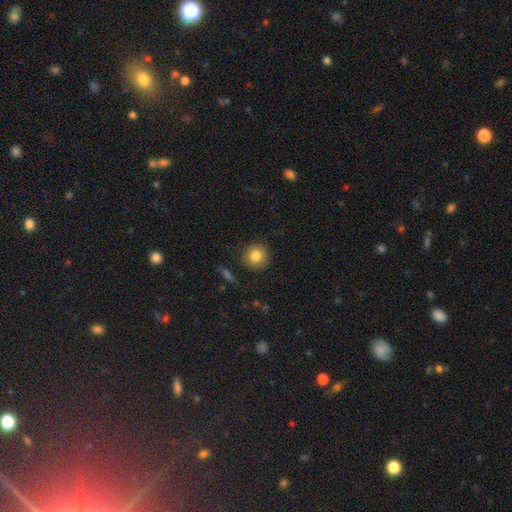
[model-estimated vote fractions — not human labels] Q: Smooth or featured?
A: smooth (83%); runner-up: star or artifact (10%)
Q: How rounded?
A: round (94%); runner-up: in between (5%)
Q: Merging?
A: none (88%); runner-up: minor disturbance (8%)